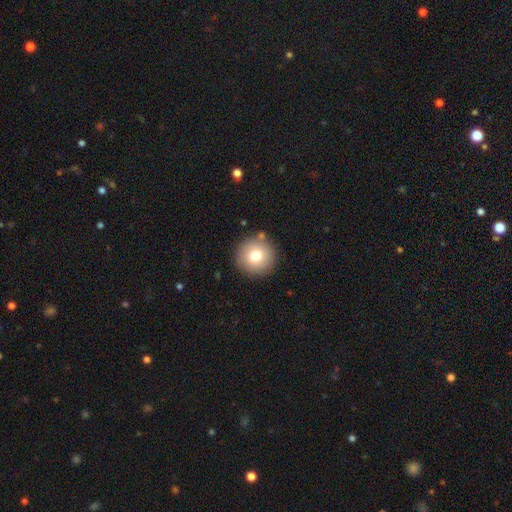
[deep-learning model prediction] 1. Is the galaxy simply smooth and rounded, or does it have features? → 76% smooth, 13% featured or disk, 10% star or artifact.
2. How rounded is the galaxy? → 95% round, 4% in between, 1% cigar-shaped.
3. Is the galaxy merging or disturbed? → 86% none, 8% minor disturbance, 4% merger, 2% major disturbance.